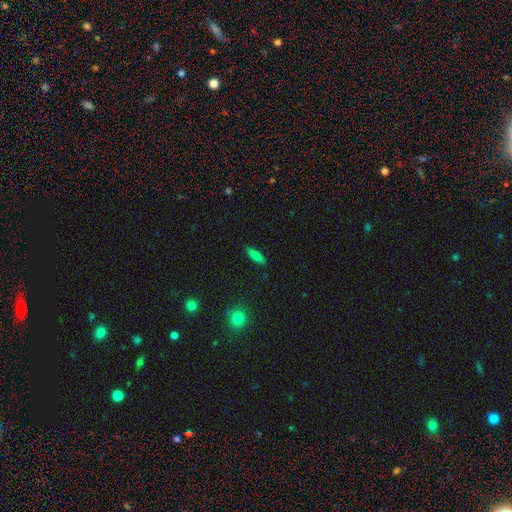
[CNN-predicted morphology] smooth_or_featured: smooth (p=0.71) [alt: featured or disk p=0.19]
how_rounded: in between (p=0.50) [alt: cigar-shaped p=0.47]
merging: none (p=0.84) [alt: minor disturbance p=0.12]